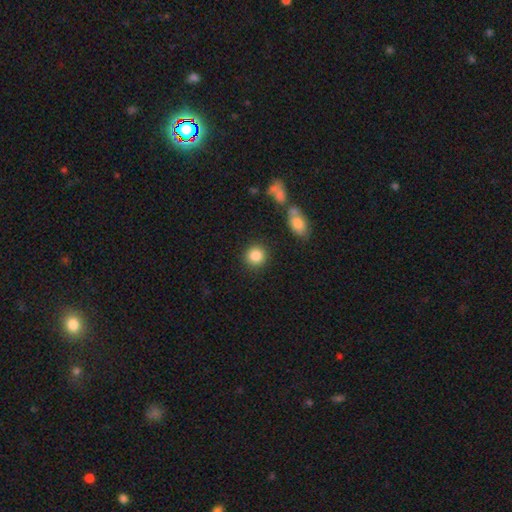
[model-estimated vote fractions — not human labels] Smooth or featured: smooth — 86% (star or artifact — 9%)
How rounded: round — 89% (in between — 10%)
Merging: none — 88% (minor disturbance — 6%)